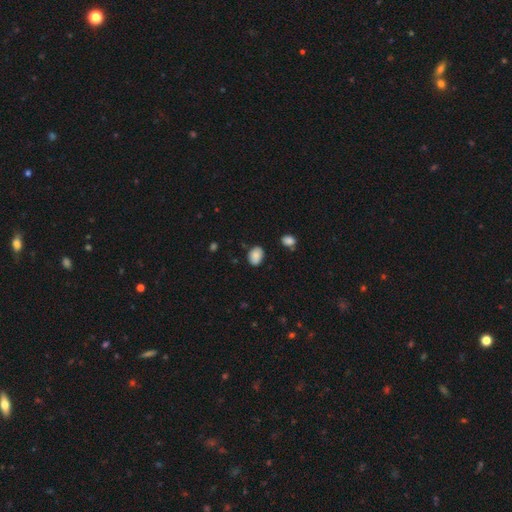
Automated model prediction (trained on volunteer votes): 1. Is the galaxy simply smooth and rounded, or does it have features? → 86% smooth, 8% star or artifact, 6% featured or disk.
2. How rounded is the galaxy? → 78% in between, 21% round, 1% cigar-shaped.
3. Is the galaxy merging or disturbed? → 79% none, 16% minor disturbance, 3% major disturbance, 2% merger.